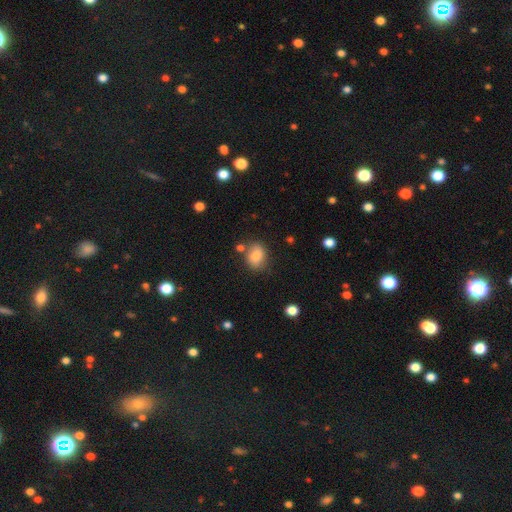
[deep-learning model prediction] smooth-or-featured: smooth: 78% | featured or disk: 12% | star or artifact: 10%
  how-rounded: in between: 57% | round: 42% | cigar-shaped: 1%
  merging: none: 73% | minor disturbance: 15% | merger: 8% | major disturbance: 4%